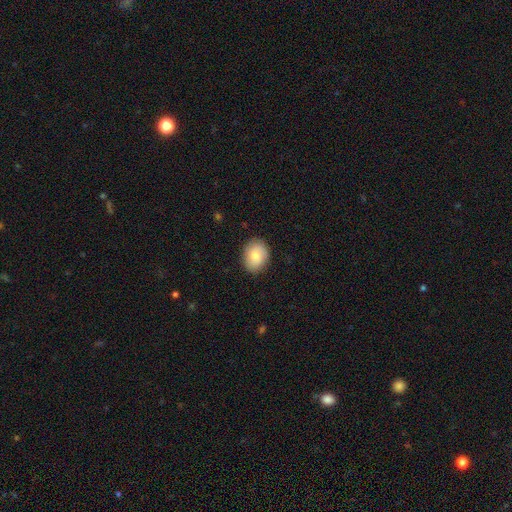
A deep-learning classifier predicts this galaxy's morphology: smooth-or-featured: smooth: 81% | featured or disk: 12% | star or artifact: 7%
  how-rounded: in between: 56% | round: 43% | cigar-shaped: 1%
  merging: none: 87% | minor disturbance: 10% | major disturbance: 2% | merger: 1%